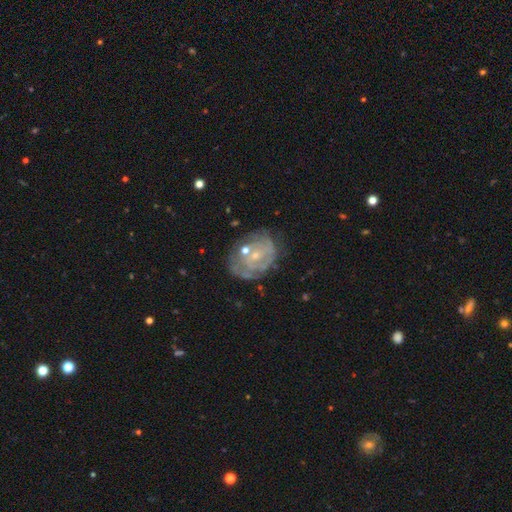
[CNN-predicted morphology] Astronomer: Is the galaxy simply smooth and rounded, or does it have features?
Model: featured or disk — 74%.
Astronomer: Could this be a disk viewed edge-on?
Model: no — 97%.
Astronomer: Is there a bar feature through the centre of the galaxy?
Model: no — 69%.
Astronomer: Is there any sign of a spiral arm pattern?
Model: yes — 72%.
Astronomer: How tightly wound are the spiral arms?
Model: tight — 63%.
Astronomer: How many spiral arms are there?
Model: can't tell — 52%.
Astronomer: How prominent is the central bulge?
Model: small — 71%.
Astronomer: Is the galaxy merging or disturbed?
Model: none — 61%.